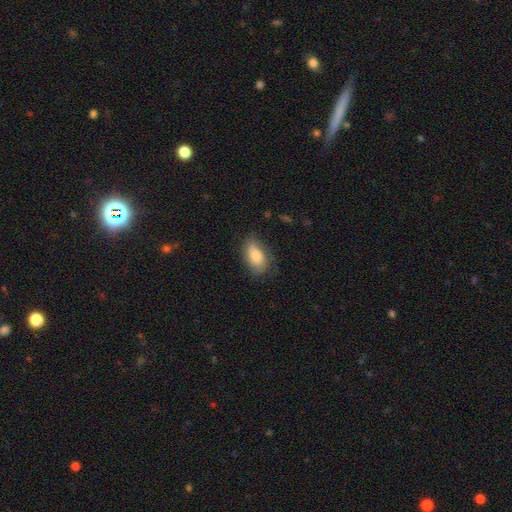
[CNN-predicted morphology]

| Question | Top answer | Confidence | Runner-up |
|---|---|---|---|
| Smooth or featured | smooth | 77% | featured or disk (16%) |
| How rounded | in between | 91% | round (6%) |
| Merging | none | 68% | minor disturbance (23%) |